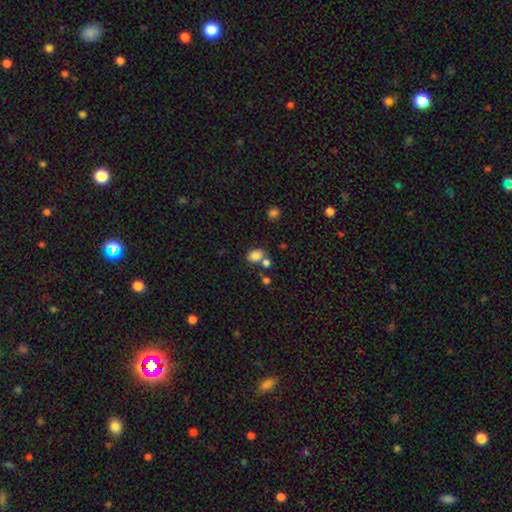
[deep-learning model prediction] smooth_or_featured: smooth (p=0.82) [alt: star or artifact p=0.11]
how_rounded: in between (p=0.59) [alt: round p=0.40]
merging: none (p=0.59) [alt: merger p=0.25]